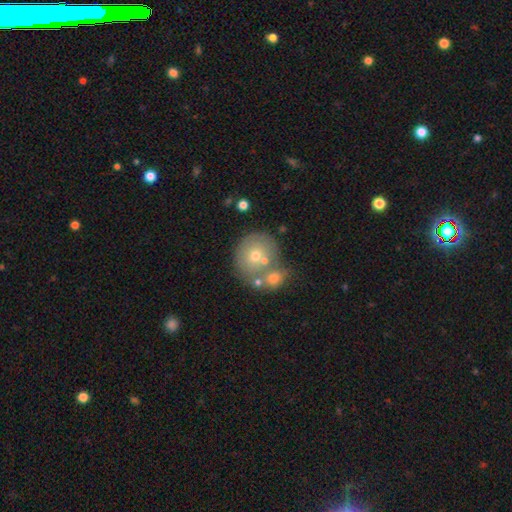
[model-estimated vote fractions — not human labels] A smooth galaxy with no disk features (57%) that is round (84%). Merging: none (44%).